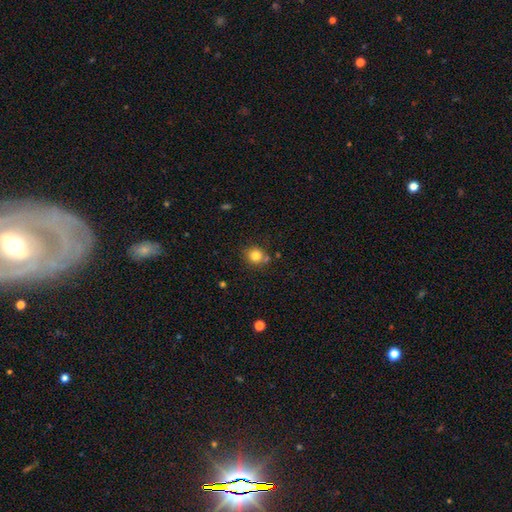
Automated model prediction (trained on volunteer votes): Morphology: type=smooth (81%); roundness=round (85%); merging=none (75%).